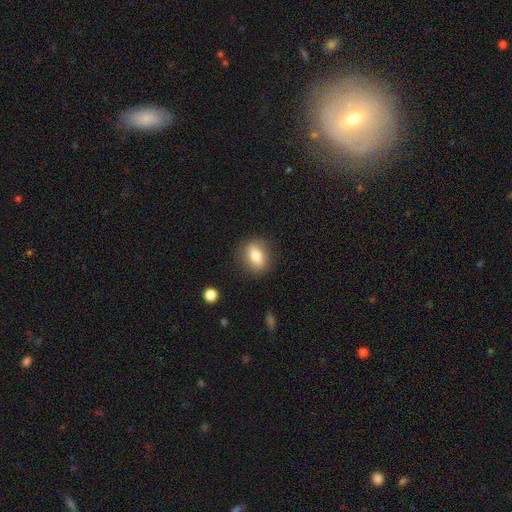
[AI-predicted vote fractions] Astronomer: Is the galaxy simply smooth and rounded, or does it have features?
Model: smooth — 73%.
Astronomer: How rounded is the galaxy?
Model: in between — 66%.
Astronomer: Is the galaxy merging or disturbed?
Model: none — 84%.